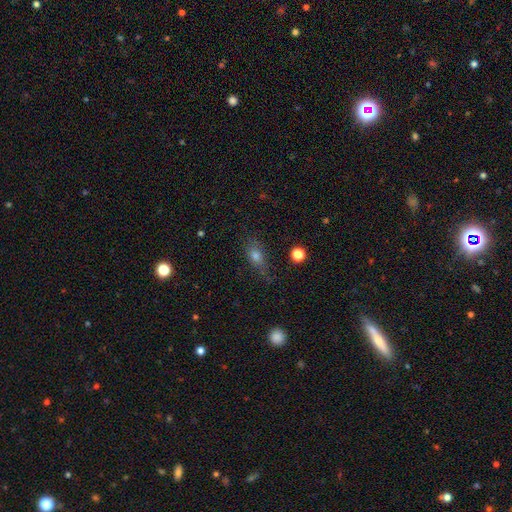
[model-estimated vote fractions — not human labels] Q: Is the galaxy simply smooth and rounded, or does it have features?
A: smooth — 68%.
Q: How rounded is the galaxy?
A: in between — 69%.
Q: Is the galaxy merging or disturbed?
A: none — 68%.